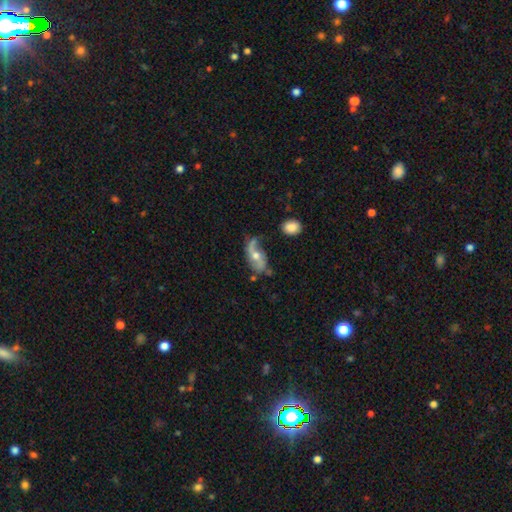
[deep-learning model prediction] Smooth or featured? Predicted: featured or disk (p=0.70). Edge-on disk? Predicted: no (p=0.91). Bar? Predicted: no (p=0.63). Spiral arms? Predicted: yes (p=0.83). Spiral winding? Predicted: loose (p=0.73). Spiral arm count? Predicted: 2 (p=0.77). Bulge size? Predicted: moderate (p=0.63). Merging? Predicted: none (p=0.45).